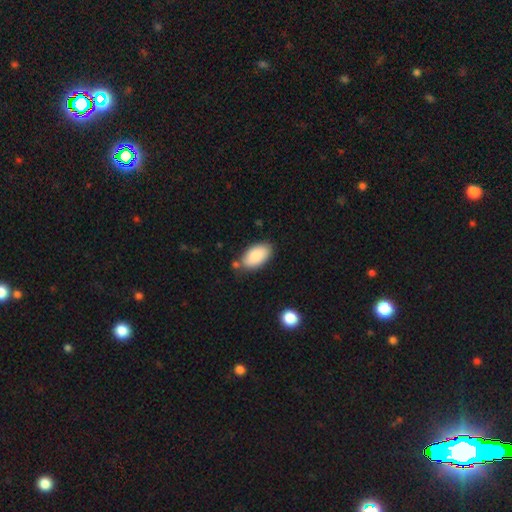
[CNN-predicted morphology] smooth_or_featured: smooth (p=0.88) [alt: star or artifact p=0.06]
how_rounded: in between (p=0.95) [alt: round p=0.03]
merging: none (p=0.75) [alt: minor disturbance p=0.15]